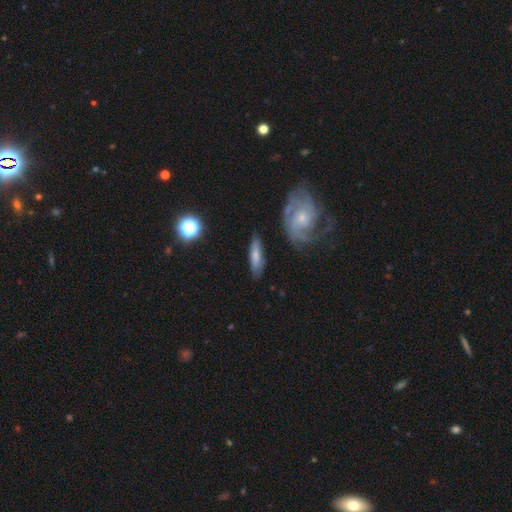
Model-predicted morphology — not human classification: This appears to be a smooth galaxy with no disk features (60%) that is cigar-shaped (67%). Merging: none (79%).